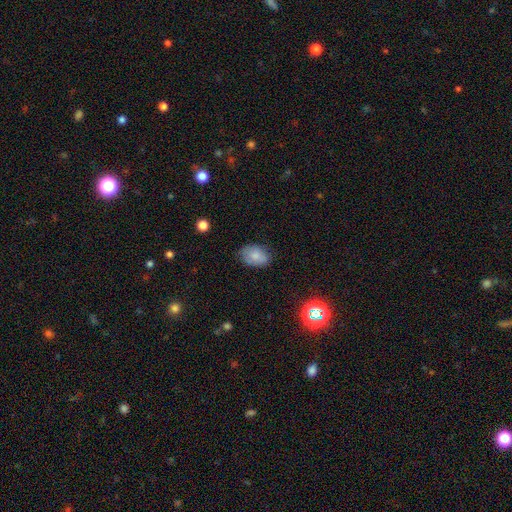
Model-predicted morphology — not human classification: Smooth or featured? Predicted: smooth (p=0.79). How rounded? Predicted: in between (p=0.84). Merging? Predicted: none (p=0.74).